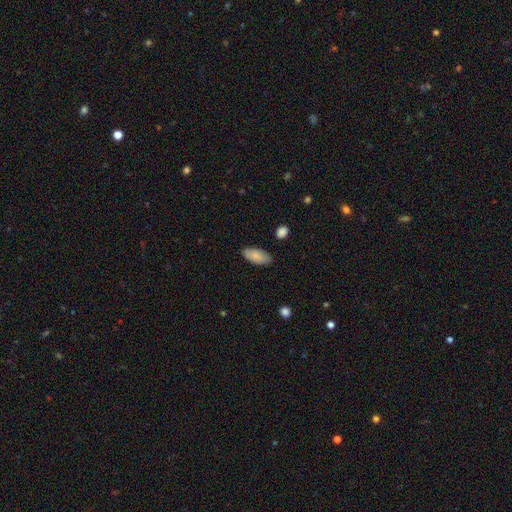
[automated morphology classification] Q: Smooth or featured?
A: smooth (84%); runner-up: featured or disk (10%)
Q: How rounded?
A: in between (90%); runner-up: cigar-shaped (8%)
Q: Merging?
A: none (83%); runner-up: minor disturbance (13%)